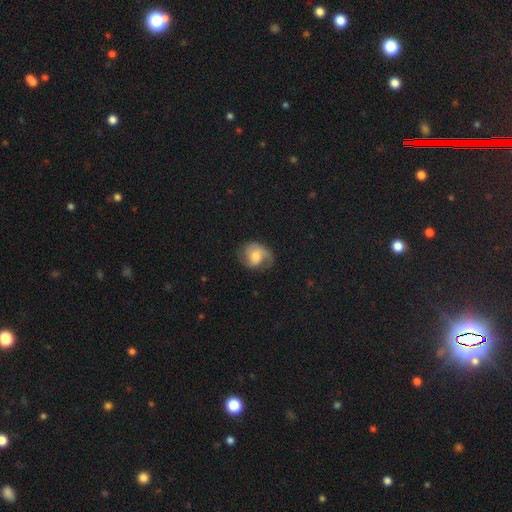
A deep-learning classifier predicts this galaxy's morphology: Q: Smooth or featured?
A: featured or disk (71%); runner-up: smooth (22%)
Q: Edge-on disk?
A: no (97%); runner-up: yes (3%)
Q: Bar?
A: no (61%); runner-up: weak (33%)
Q: Spiral arms?
A: yes (94%); runner-up: no (6%)
Q: Spiral winding?
A: medium (47%); runner-up: tight (29%)
Q: Spiral arm count?
A: 2 (70%); runner-up: 1 (11%)
Q: Bulge size?
A: moderate (59%); runner-up: small (22%)
Q: Merging?
A: none (69%); runner-up: minor disturbance (20%)